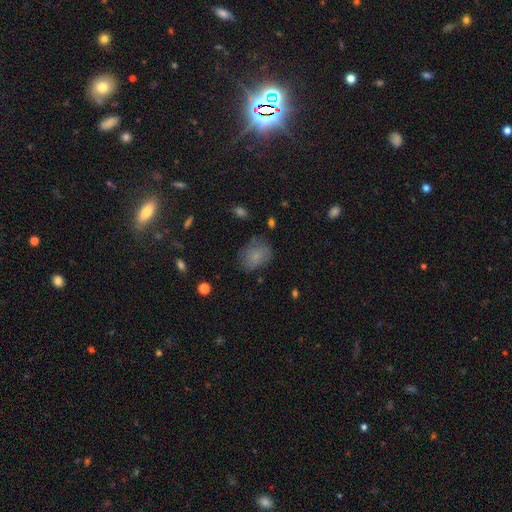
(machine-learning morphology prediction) A smooth galaxy with no disk features (75%) that is in between round and cigar-shaped (65%).

Vote fractions:
- Smooth or featured? smooth: 75% / featured or disk: 15% / star or artifact: 10%
- How rounded? in between: 65% / round: 34% / cigar-shaped: 1%
- Merging? none: 64% / minor disturbance: 25% / major disturbance: 9% / merger: 2%